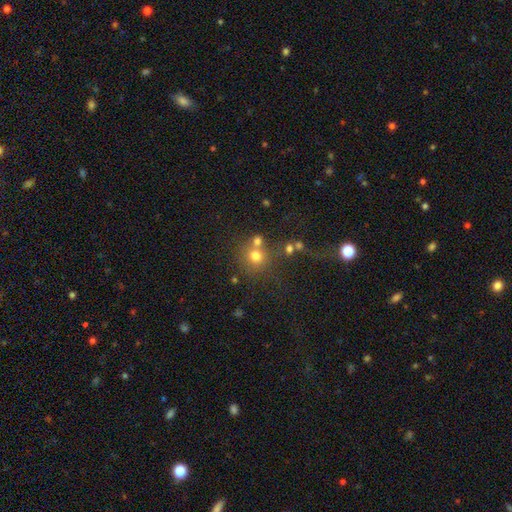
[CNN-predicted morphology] smooth-or-featured: smooth: 72% | star or artifact: 17% | featured or disk: 11%
  how-rounded: round: 89% | in between: 10% | cigar-shaped: 1%
  merging: none: 59% | merger: 26% | minor disturbance: 10% | major disturbance: 5%